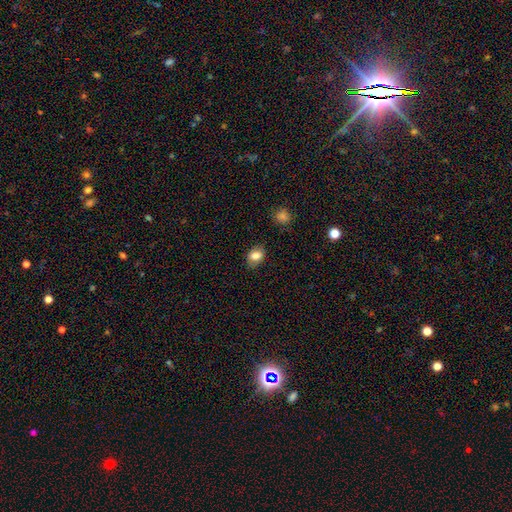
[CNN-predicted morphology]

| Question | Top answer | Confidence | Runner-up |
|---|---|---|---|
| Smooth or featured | smooth | 81% | featured or disk (10%) |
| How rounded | in between | 75% | round (23%) |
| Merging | none | 81% | minor disturbance (14%) |